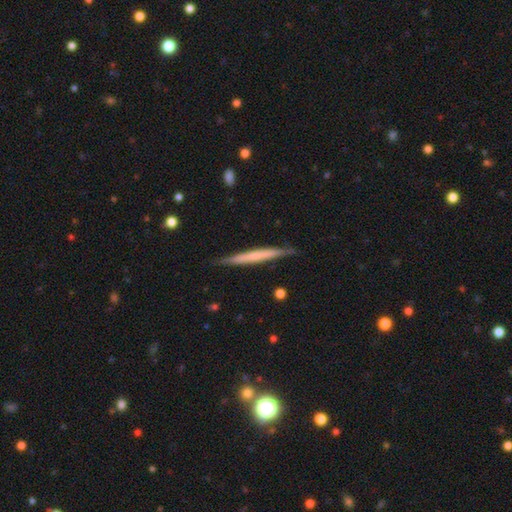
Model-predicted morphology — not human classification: type=featured or disk (48%); merging=none (86%).